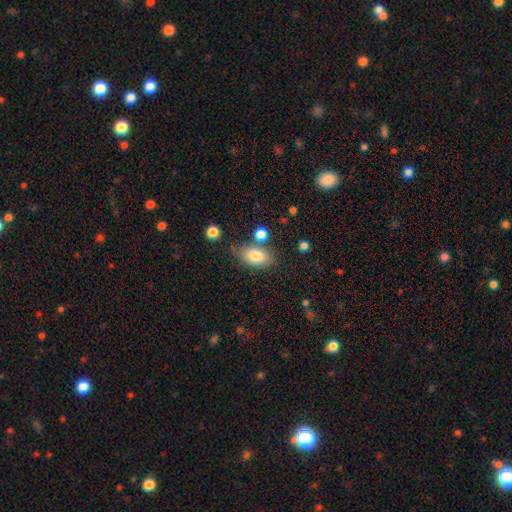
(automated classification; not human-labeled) Smooth or featured: smooth — 80% (featured or disk — 12%)
How rounded: in between — 88% (round — 10%)
Merging: none — 66% (minor disturbance — 18%)